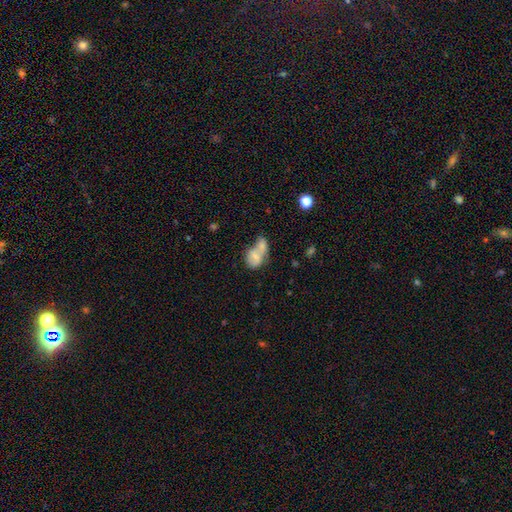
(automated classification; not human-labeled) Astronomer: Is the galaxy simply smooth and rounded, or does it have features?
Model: smooth — 67%.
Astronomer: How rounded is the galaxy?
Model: in between — 75%.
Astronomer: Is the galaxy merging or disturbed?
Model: merger — 69%.